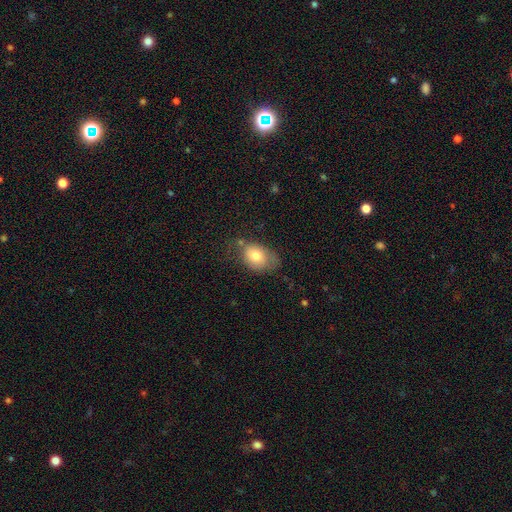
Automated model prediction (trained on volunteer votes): Morphology: type=smooth (75%); roundness=in between (76%); merging=none (50%).